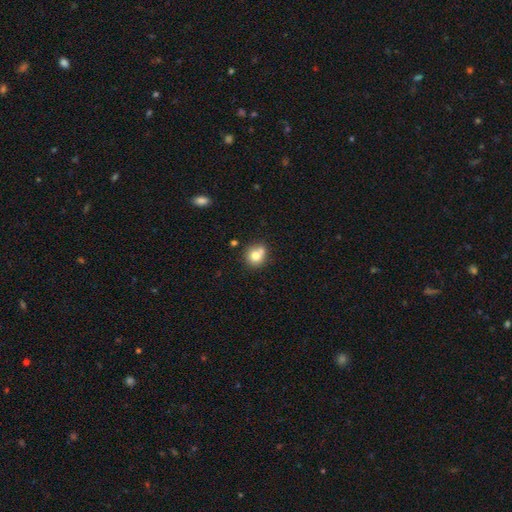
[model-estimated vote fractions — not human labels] The model was most divided on "merging": none: 55%, merger: 28%, minor disturbance: 13%, major disturbance: 4%. More confident: how rounded — round (85%); smooth or featured — smooth (75%).